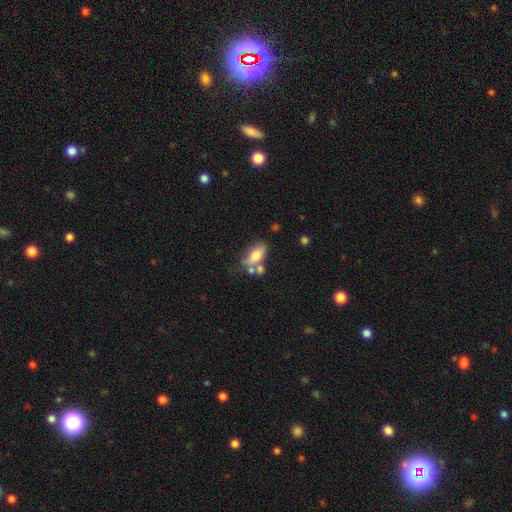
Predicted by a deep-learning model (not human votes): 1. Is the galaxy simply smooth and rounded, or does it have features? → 73% smooth, 19% featured or disk, 8% star or artifact.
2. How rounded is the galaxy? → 87% in between, 8% cigar-shaped, 5% round.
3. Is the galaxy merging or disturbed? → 43% none, 28% merger, 19% minor disturbance, 9% major disturbance.